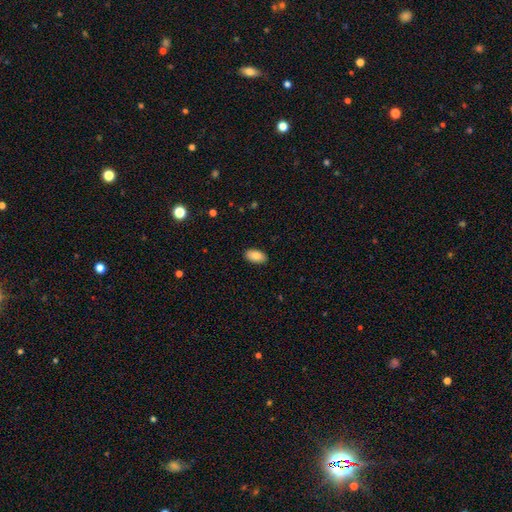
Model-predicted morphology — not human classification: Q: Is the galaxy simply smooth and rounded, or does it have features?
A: smooth — 87%.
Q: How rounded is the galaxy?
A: in between — 94%.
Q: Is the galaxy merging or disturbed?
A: none — 89%.